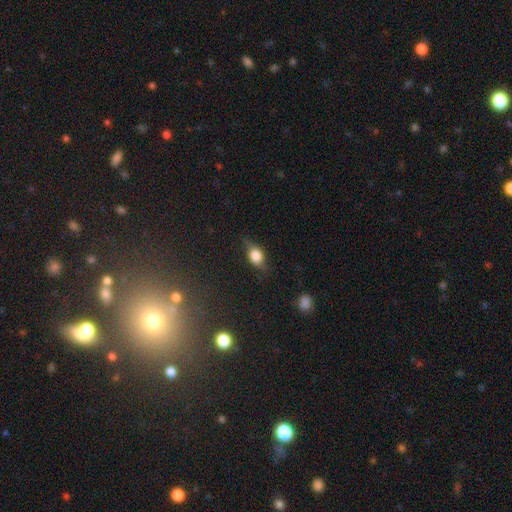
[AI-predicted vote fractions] Smooth or featured: smooth — 68% (featured or disk — 22%)
How rounded: in between — 63% (round — 30%)
Merging: none — 61% (minor disturbance — 29%)